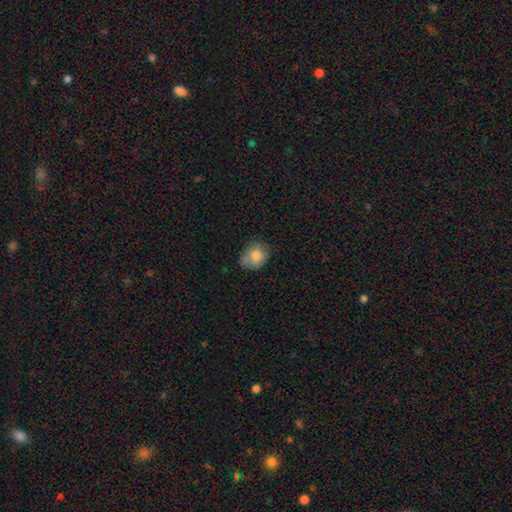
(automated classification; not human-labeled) Smooth or featured? Predicted: smooth (p=0.78). How rounded? Predicted: round (p=0.65). Merging? Predicted: none (p=0.58).